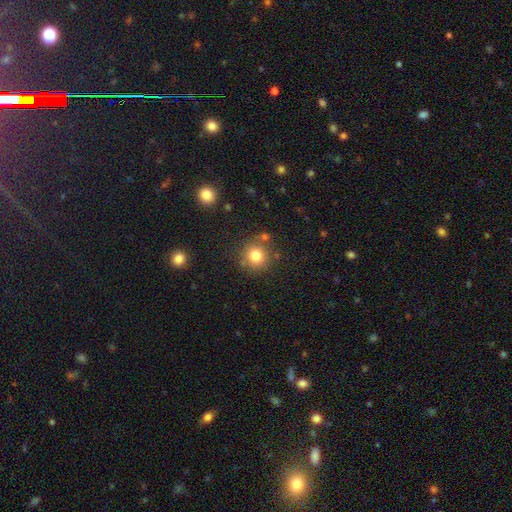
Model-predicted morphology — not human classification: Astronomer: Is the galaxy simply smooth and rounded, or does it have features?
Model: smooth — 79%.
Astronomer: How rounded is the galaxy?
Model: round — 90%.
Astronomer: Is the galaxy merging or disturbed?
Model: none — 78%.